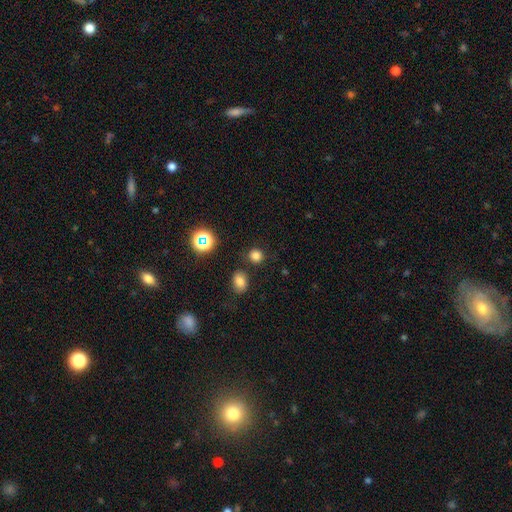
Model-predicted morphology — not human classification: A smooth galaxy with no disk features (76%) that is round (82%). Merging: none (81%).